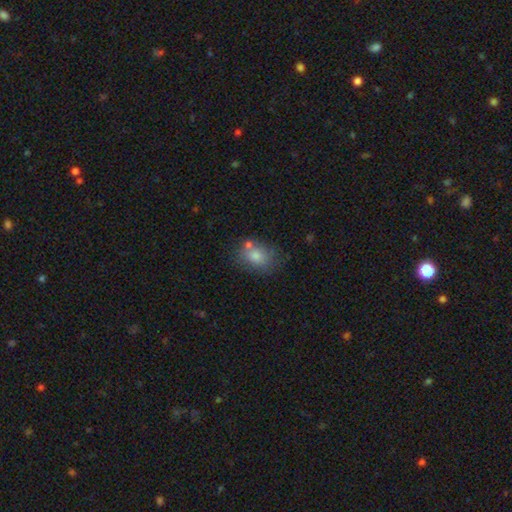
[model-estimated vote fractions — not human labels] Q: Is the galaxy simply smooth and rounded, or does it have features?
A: smooth — 76%.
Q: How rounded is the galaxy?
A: in between — 62%.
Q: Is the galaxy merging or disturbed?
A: none — 63%.